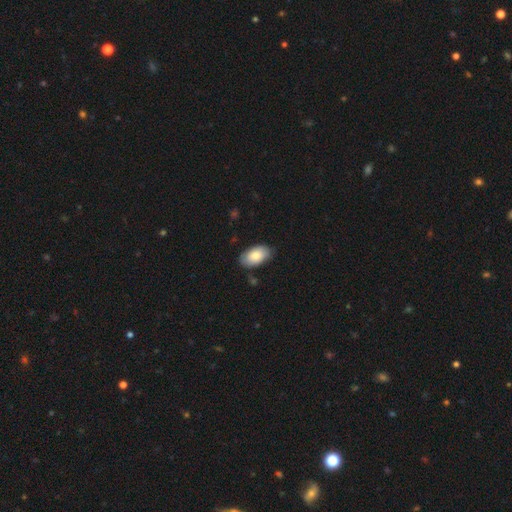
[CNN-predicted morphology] smooth-or-featured: smooth: 79% | featured or disk: 15% | star or artifact: 6%
  how-rounded: in between: 95% | round: 4% | cigar-shaped: 2%
  merging: none: 77% | minor disturbance: 18% | major disturbance: 3% | merger: 2%